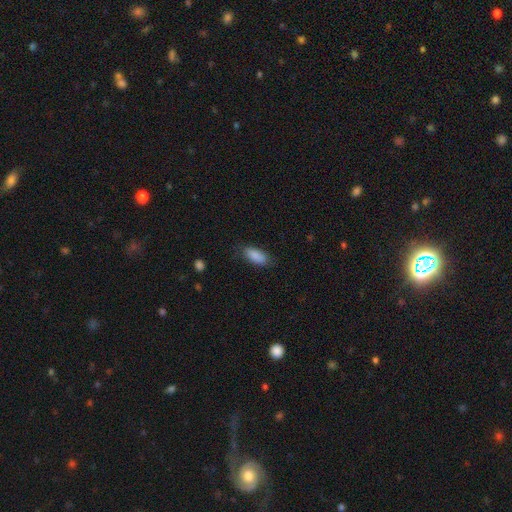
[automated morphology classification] smooth_or_featured: smooth (p=0.88) [alt: star or artifact p=0.07]
how_rounded: in between (p=0.85) [alt: cigar-shaped p=0.13]
merging: none (p=0.79) [alt: minor disturbance p=0.16]